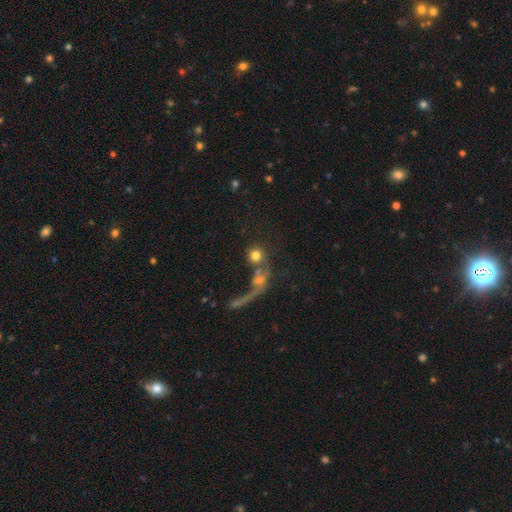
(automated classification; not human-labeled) Smooth or featured: smooth — 71% (featured or disk — 17%)
How rounded: round — 89% (in between — 8%)
Merging: none — 40% (tied with merger — 40%)